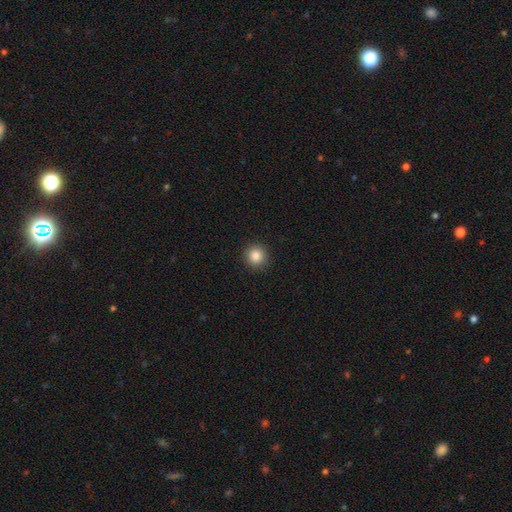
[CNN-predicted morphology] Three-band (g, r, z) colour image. It shows a smooth galaxy with no disk features (87%) that is round (93%). Merging: none (92%).